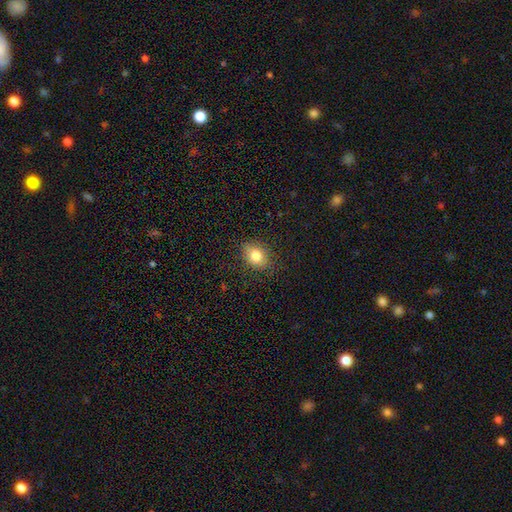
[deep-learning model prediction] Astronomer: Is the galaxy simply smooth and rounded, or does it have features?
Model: smooth — 79%.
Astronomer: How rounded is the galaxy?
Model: in between — 58% (runner-up: round, 41%).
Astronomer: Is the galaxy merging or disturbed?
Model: none — 81%.